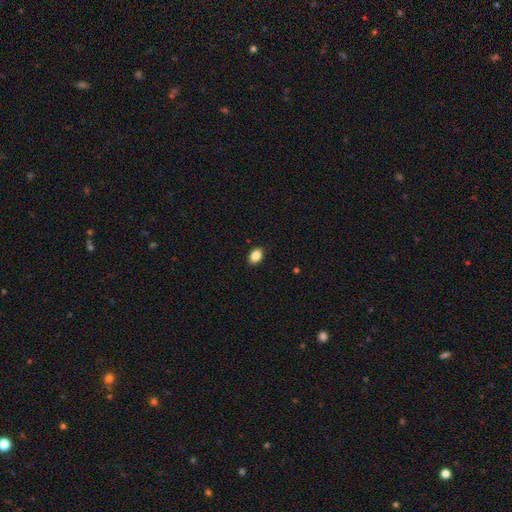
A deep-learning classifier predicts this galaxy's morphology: This appears to be a smooth galaxy with no disk features (87%) that is in between round and cigar-shaped (82%). Merging: none (90%).